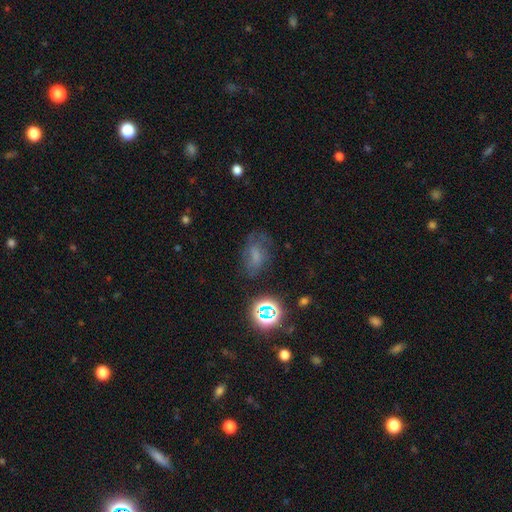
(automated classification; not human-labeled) Smooth or featured? smooth (42%)
Merging? none (54%)